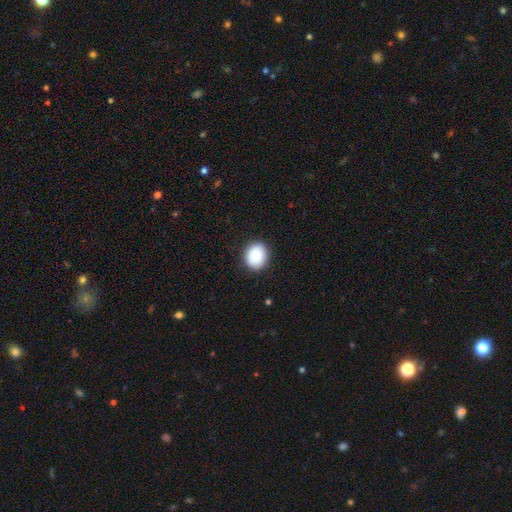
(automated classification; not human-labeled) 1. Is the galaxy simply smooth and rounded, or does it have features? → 90% smooth, 7% star or artifact, 3% featured or disk.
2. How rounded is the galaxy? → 71% round, 29% in between, 1% cigar-shaped.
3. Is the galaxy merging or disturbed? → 90% none, 7% minor disturbance, 2% major disturbance, 1% merger.